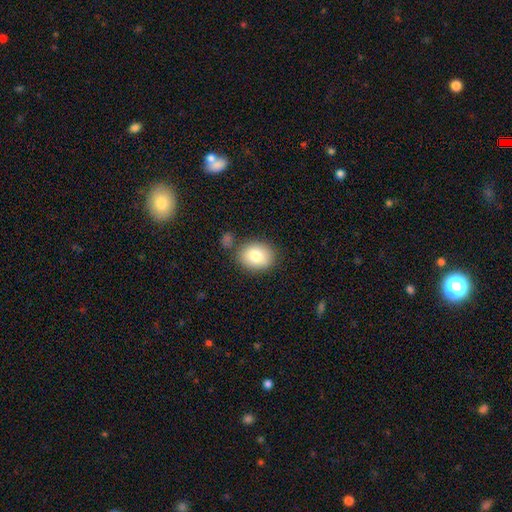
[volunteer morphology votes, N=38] smooth 79%, featured or disk 16%, star or artifact 5%. Down the decision tree: how rounded — round (70%); merging — none (72%).